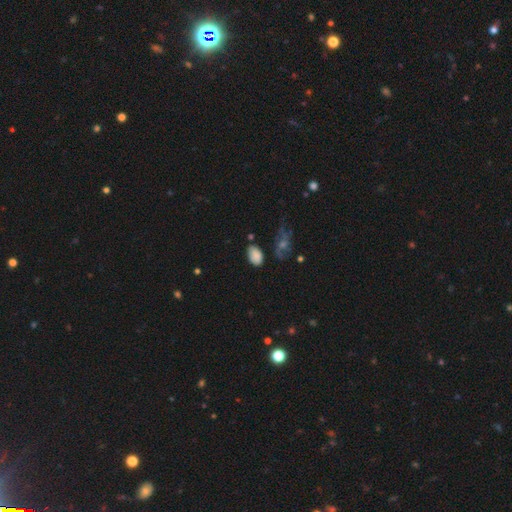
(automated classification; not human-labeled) The model was most divided on "merging": none: 63%, minor disturbance: 25%, major disturbance: 7%, merger: 5%. More confident: how rounded — in between (88%); smooth or featured — smooth (82%).